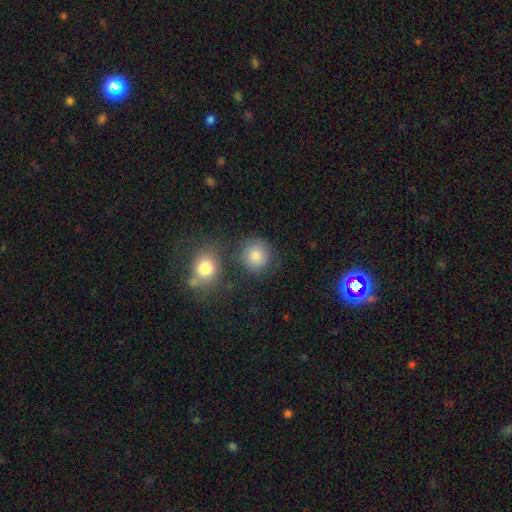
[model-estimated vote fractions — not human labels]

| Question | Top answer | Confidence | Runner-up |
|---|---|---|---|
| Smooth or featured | smooth | 79% | star or artifact (12%) |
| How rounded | round | 88% | in between (11%) |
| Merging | none | 75% | minor disturbance (11%) |